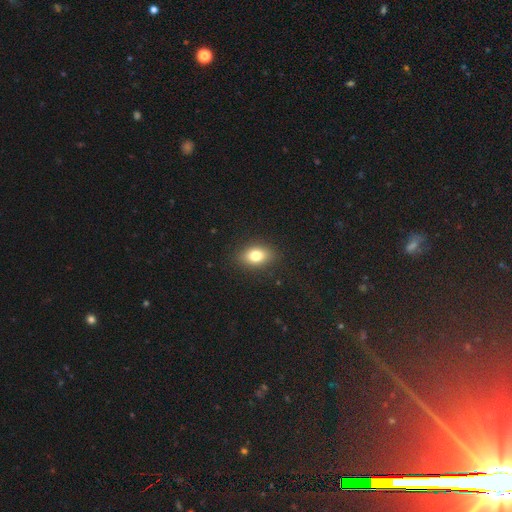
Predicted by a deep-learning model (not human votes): smooth-or-featured: smooth: 79% | featured or disk: 11% | star or artifact: 10%
  how-rounded: in between: 79% | round: 18% | cigar-shaped: 2%
  merging: none: 87% | minor disturbance: 9% | major disturbance: 3% | merger: 1%